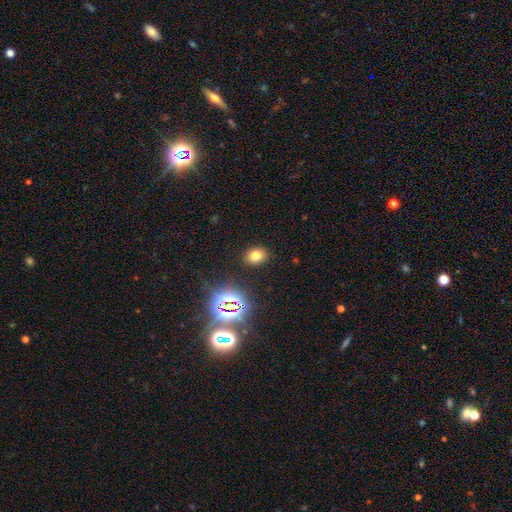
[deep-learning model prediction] Morphology: type=smooth (73%); roundness=in between (63%); merging=none (88%).